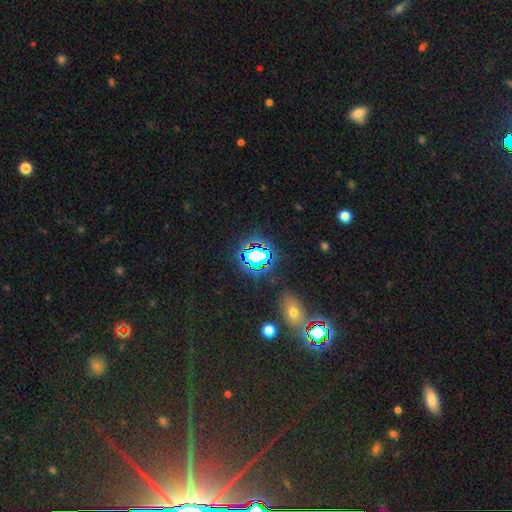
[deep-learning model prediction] This appears to be a star or artifact, not a galaxy (65%).